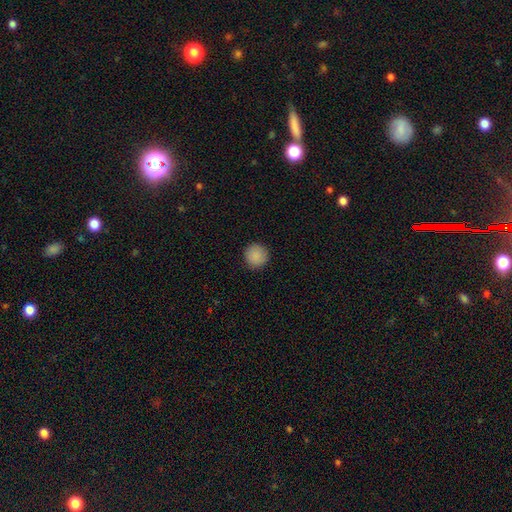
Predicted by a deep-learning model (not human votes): smooth 89%, star or artifact 8%, featured or disk 3%. Down the decision tree: how rounded — round (95%); merging — none (92%).